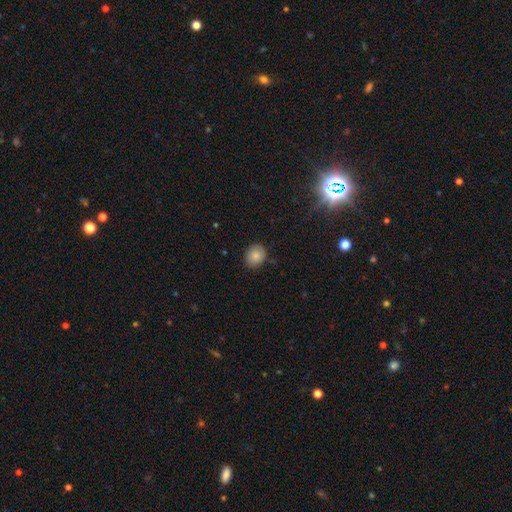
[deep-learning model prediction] Q: Smooth or featured?
A: smooth (84%); runner-up: star or artifact (9%)
Q: How rounded?
A: round (58%); runner-up: in between (41%)
Q: Merging?
A: none (84%); runner-up: minor disturbance (12%)